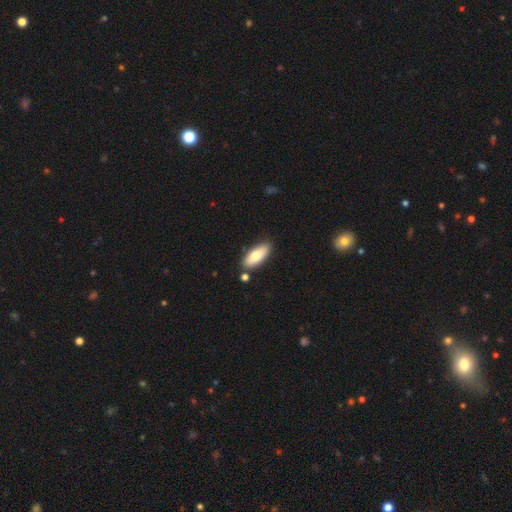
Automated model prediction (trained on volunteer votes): Smooth or featured? smooth (73%)
How rounded? in between (82%)
Merging? none (82%)